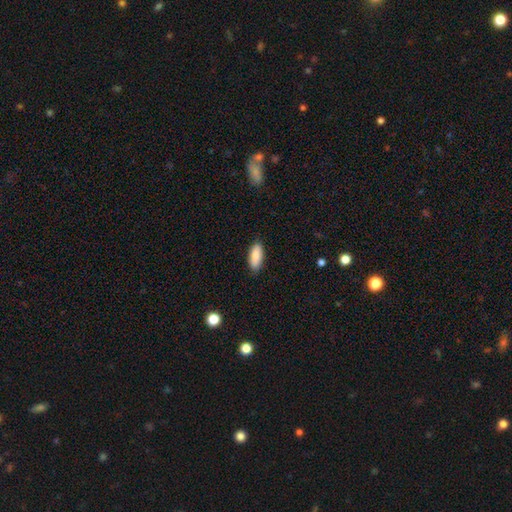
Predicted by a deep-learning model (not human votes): This appears to be a smooth galaxy with no disk features (87%) that is in between round and cigar-shaped (81%). Merging: none (87%).